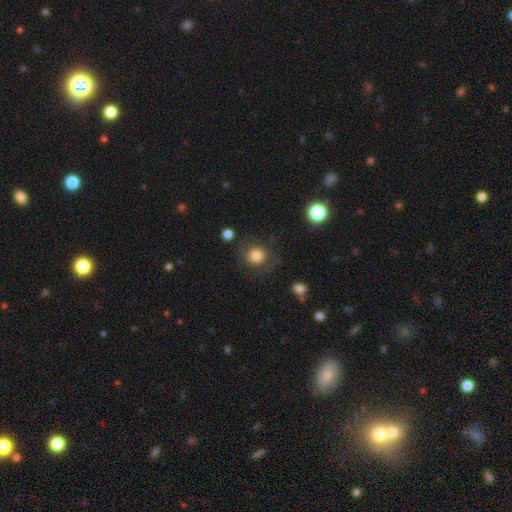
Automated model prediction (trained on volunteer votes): This appears to be a smooth galaxy with no disk features (81%) that is round (87%). Merging: none (77%).